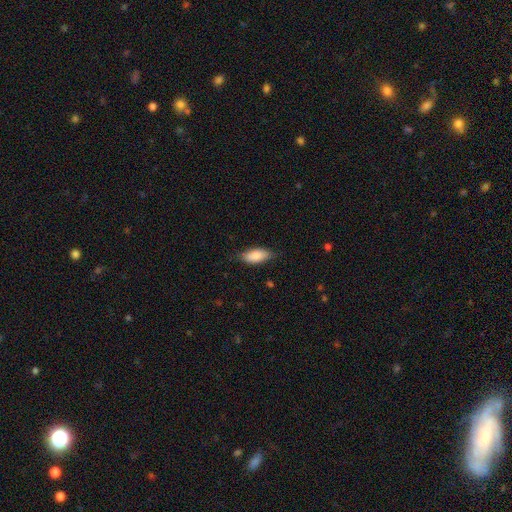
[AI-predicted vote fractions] Smooth or featured? smooth (86%)
How rounded? in between (86%)
Merging? none (78%)